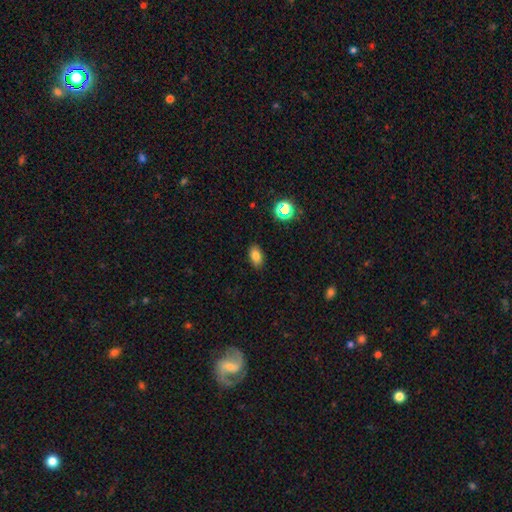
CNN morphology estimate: This appears to be a smooth galaxy with no disk features (80%) that is in between round and cigar-shaped (89%). Merging: none (87%).